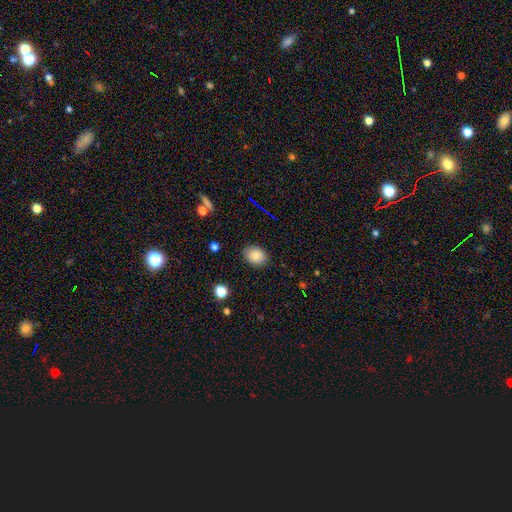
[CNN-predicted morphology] A smooth galaxy with no disk features (82%) that is in between round and cigar-shaped (61%). Merging: none (86%).